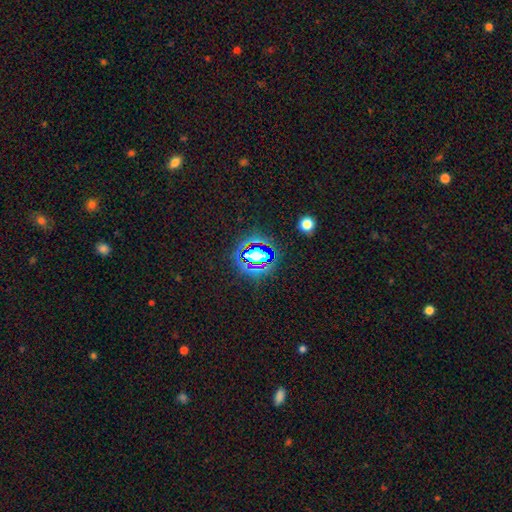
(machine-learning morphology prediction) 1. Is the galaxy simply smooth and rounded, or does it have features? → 64% star or artifact, 24% smooth, 12% featured or disk.